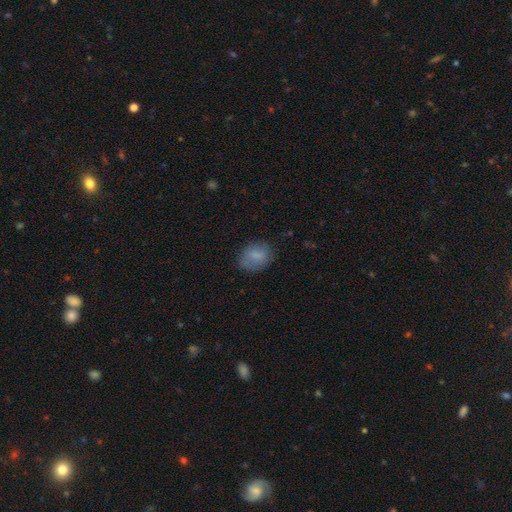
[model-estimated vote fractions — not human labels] This is likely a smooth galaxy (78%). How rounded: possibly in between (53%). Merging: likely none (71%).